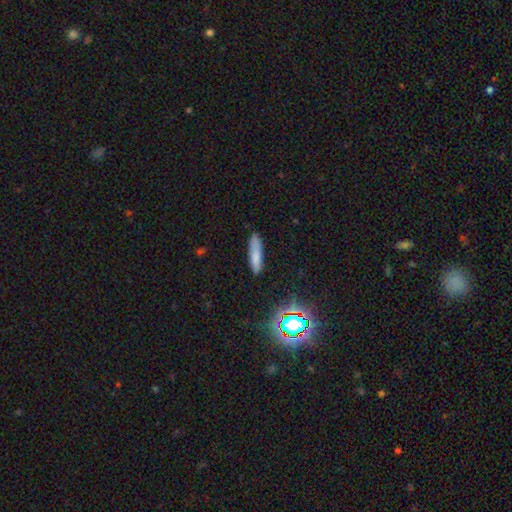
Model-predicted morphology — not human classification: smooth_or_featured: smooth (p=0.76) [alt: featured or disk p=0.13]
how_rounded: cigar-shaped (p=0.77) [alt: in between p=0.21]
merging: none (p=0.81) [alt: minor disturbance p=0.14]